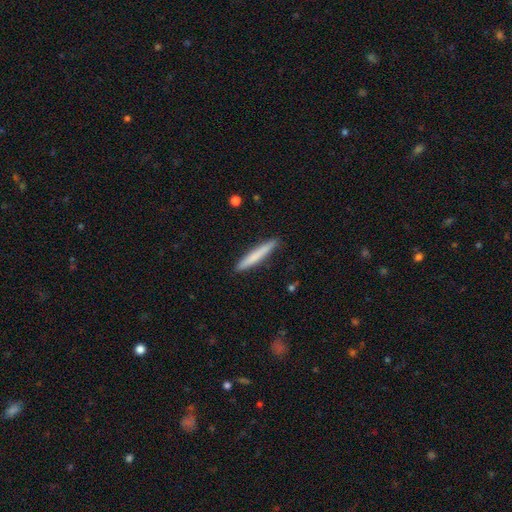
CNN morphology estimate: The model was most divided on "smooth or featured": smooth: 73%, featured or disk: 21%, star or artifact: 5%. More confident: how rounded — cigar-shaped (96%); merging — none (91%).